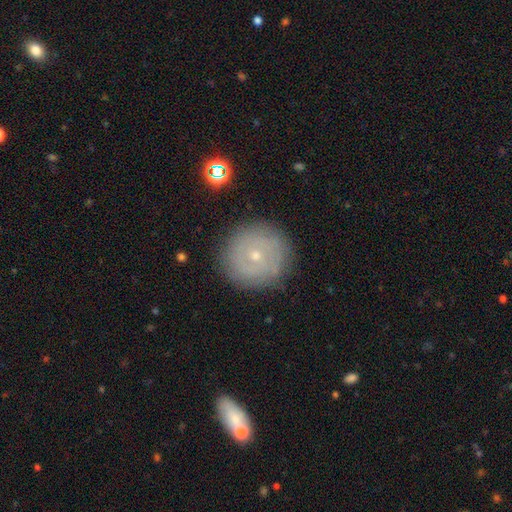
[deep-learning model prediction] Smooth or featured: featured or disk — 55% (smooth — 34%)
Edge-on disk: no — 97% (yes — 3%)
Bar: no — 78% (weak — 18%)
Spiral arms: yes — 67% (no — 33%)
Bulge size: small — 75% (moderate — 22%)
Merging: none — 87% (minor disturbance — 9%)